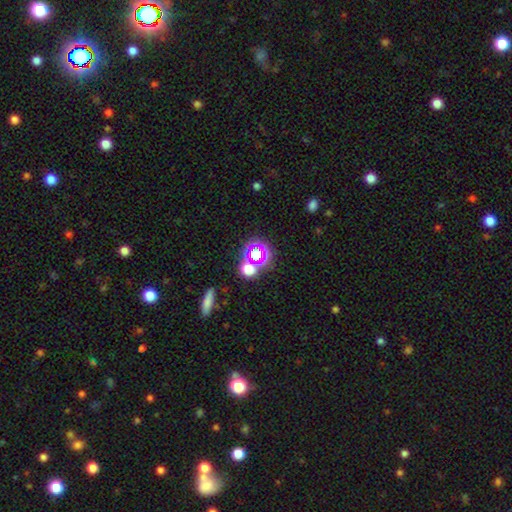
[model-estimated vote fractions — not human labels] star or artifact 54%, smooth 34%, featured or disk 12%.